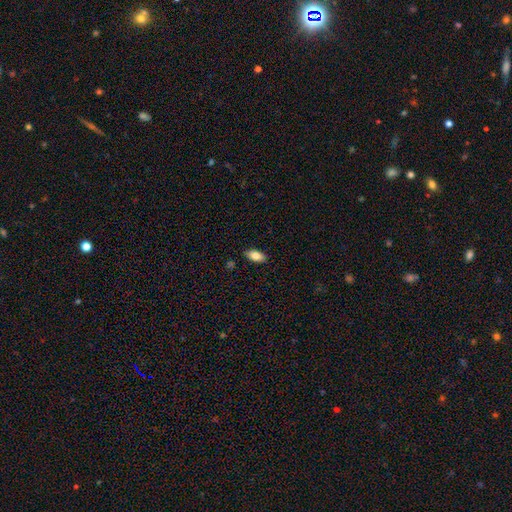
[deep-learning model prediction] This is clearly a smooth galaxy (83%). How rounded: clearly in between (90%). Merging: clearly none (87%).